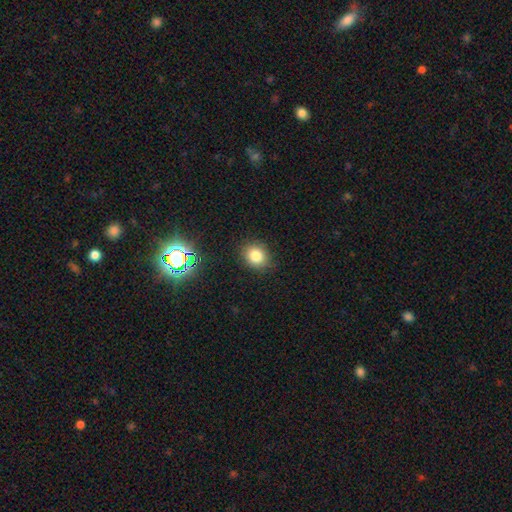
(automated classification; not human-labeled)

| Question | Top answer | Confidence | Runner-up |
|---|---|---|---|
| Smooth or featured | smooth | 79% | star or artifact (14%) |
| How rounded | round | 64% | in between (35%) |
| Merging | none | 85% | minor disturbance (10%) |